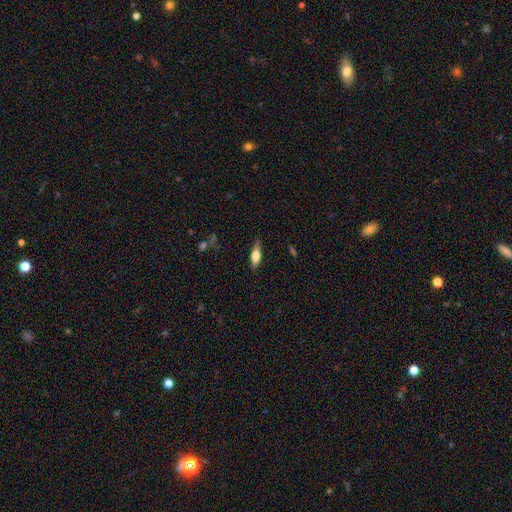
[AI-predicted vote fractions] smooth 59%, featured or disk 34%, star or artifact 7%. Down the decision tree: how rounded — in between (56%); merging — none (83%).